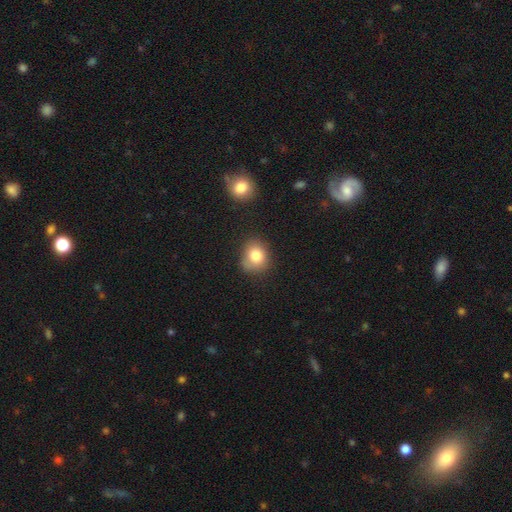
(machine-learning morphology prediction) Q: Smooth or featured?
A: smooth (81%); runner-up: star or artifact (10%)
Q: How rounded?
A: round (62%); runner-up: in between (37%)
Q: Merging?
A: none (67%); runner-up: minor disturbance (22%)